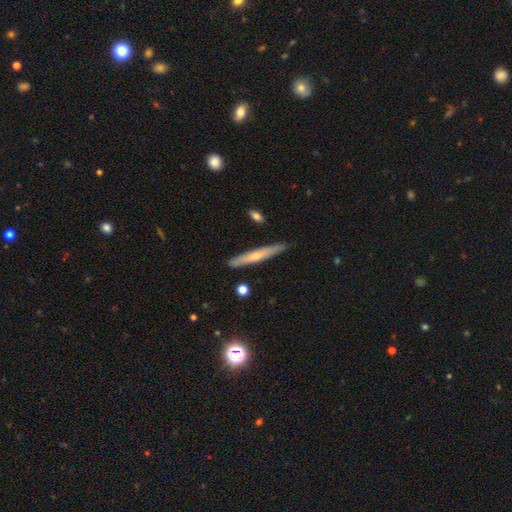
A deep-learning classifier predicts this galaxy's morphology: Q: Smooth or featured?
A: featured or disk (49%); runner-up: smooth (44%)
Q: Merging?
A: none (88%); runner-up: minor disturbance (9%)